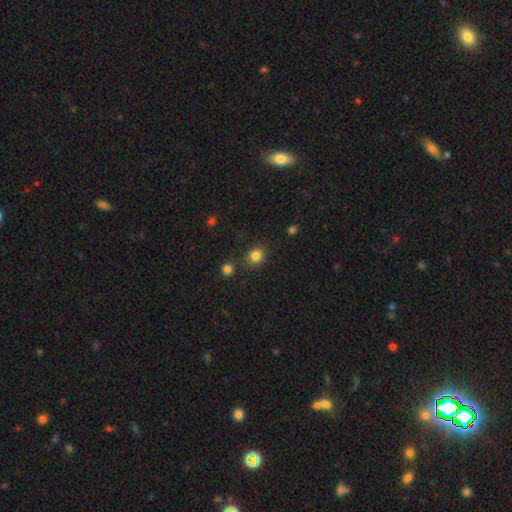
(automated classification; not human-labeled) smooth_or_featured: smooth (p=0.83) [alt: star or artifact p=0.12]
how_rounded: round (p=0.79) [alt: in between p=0.20]
merging: none (p=0.80) [alt: minor disturbance p=0.10]